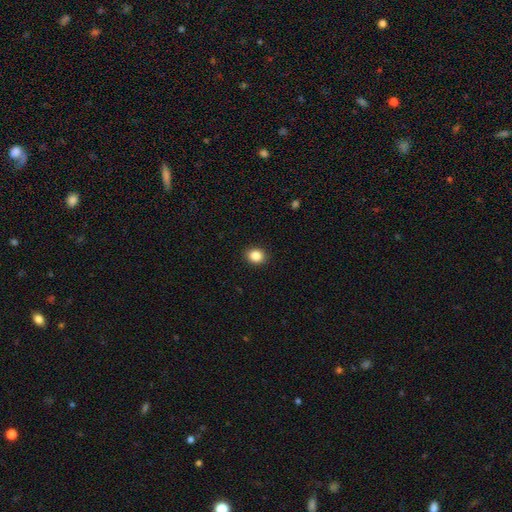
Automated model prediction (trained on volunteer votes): Smooth or featured? Predicted: smooth (p=0.86). How rounded? Predicted: round (p=0.61). Merging? Predicted: none (p=0.91).